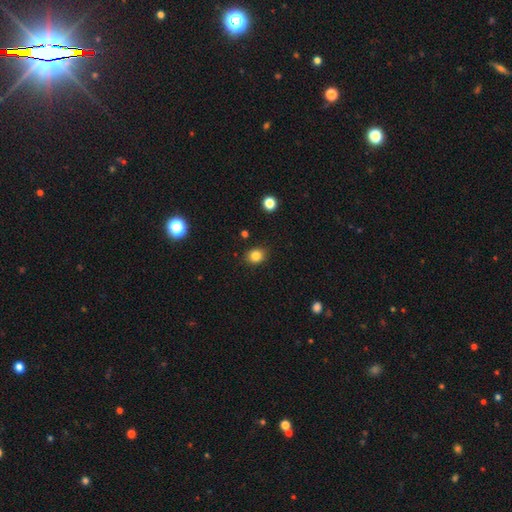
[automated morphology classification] Smooth or featured? smooth (84%)
How rounded? round (68%)
Merging? none (87%)